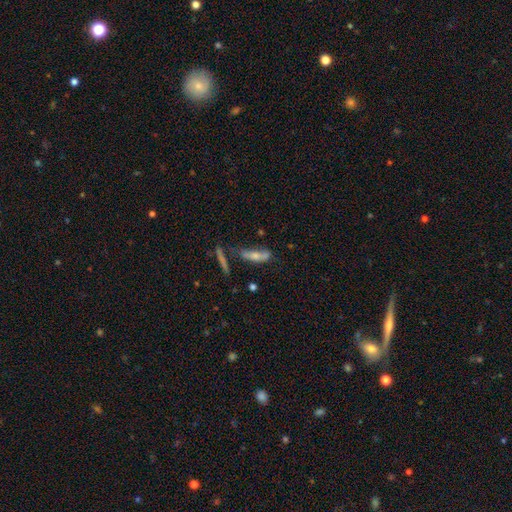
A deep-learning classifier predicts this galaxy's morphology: smooth-or-featured: smooth: 61% | featured or disk: 31% | star or artifact: 9%
  how-rounded: cigar-shaped: 57% | in between: 40% | round: 3%
  merging: none: 40% | minor disturbance: 25% | major disturbance: 17% | merger: 17%